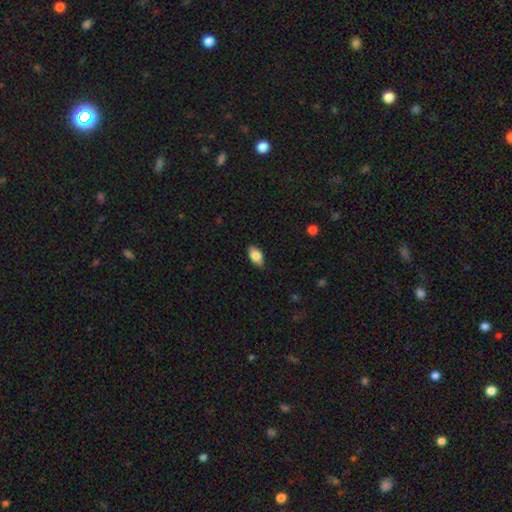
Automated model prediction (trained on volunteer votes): Smooth or featured? Predicted: smooth (p=0.81). How rounded? Predicted: in between (p=0.91). Merging? Predicted: none (p=0.83).